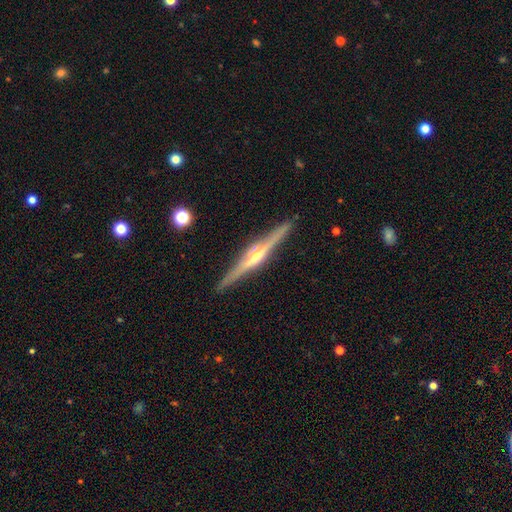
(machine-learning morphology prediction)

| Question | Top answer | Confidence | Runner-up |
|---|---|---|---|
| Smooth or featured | featured or disk | 85% | smooth (10%) |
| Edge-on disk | yes | 98% | no (2%) |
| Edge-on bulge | rounded | 88% | boxy (6%) |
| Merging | none | 91% | minor disturbance (6%) |